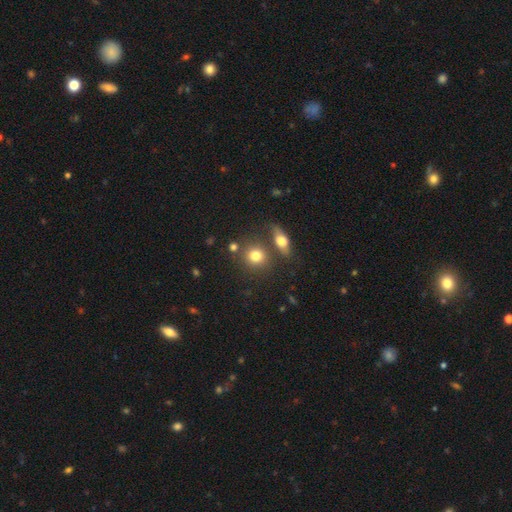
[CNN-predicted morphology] Smooth or featured?
  - smooth: 78% *
  - star or artifact: 12%
  - featured or disk: 10%
How rounded?
  - round: 81% *
  - in between: 17%
  - cigar-shaped: 2%
Merging?
  - none: 69% *
  - merger: 16%
  - minor disturbance: 10%
  - major disturbance: 4%